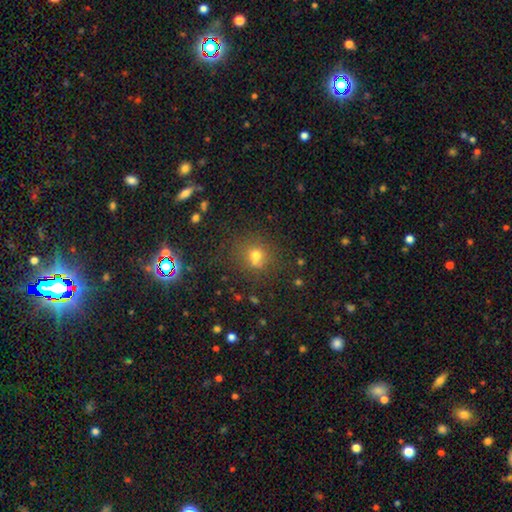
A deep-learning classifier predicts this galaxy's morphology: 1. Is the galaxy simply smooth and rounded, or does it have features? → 64% smooth, 23% star or artifact, 13% featured or disk.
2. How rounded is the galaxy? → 83% round, 16% in between, 1% cigar-shaped.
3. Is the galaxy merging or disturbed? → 59% none, 24% merger, 11% minor disturbance, 5% major disturbance.